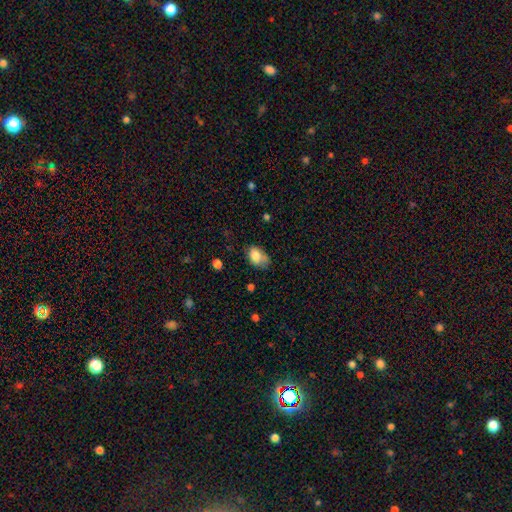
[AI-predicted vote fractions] This is likely a smooth galaxy (79%). How rounded: clearly in between (83%). Merging: marginally none (45%).